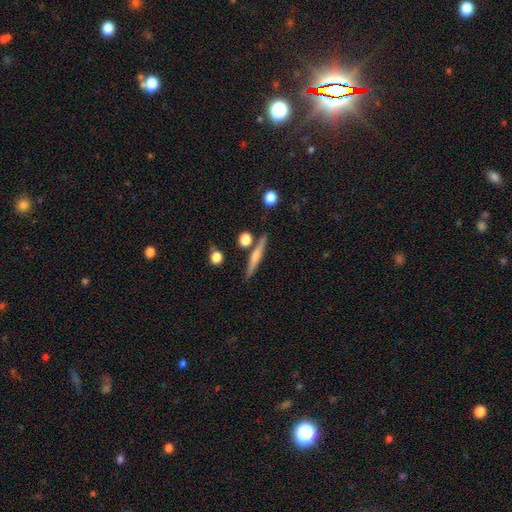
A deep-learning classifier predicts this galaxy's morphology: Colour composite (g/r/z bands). It shows a featured or disk galaxy (62%) viewed edge-on (97%) with a rounded central bulge (77%). Merging: none (85%).